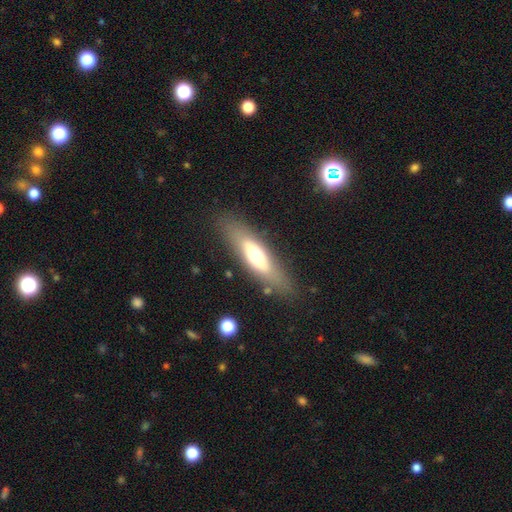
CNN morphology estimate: Overall: smooth (52%; featured or disk 41%). How rounded: cigar-shaped (54%; in between 44%). Merging: none (82%).